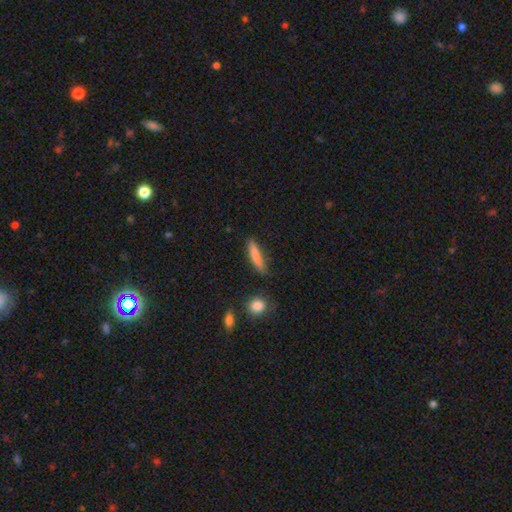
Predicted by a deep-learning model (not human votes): Smooth or featured?
  - smooth: 80% *
  - featured or disk: 13%
  - star or artifact: 7%
How rounded?
  - cigar-shaped: 84% *
  - in between: 14%
  - round: 2%
Merging?
  - none: 79% *
  - minor disturbance: 14%
  - major disturbance: 3%
  - merger: 3%